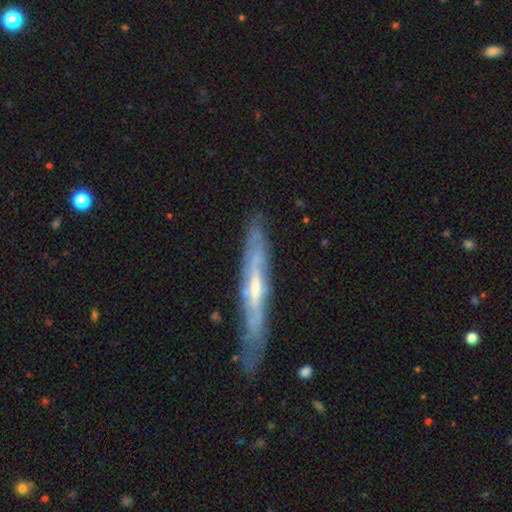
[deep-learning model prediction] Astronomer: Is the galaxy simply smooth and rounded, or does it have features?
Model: featured or disk — 71%.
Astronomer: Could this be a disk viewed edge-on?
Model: yes — 76%.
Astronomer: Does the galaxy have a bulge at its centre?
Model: none — 49% (runner-up: rounded, 43%).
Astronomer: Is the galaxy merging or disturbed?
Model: none — 75%.